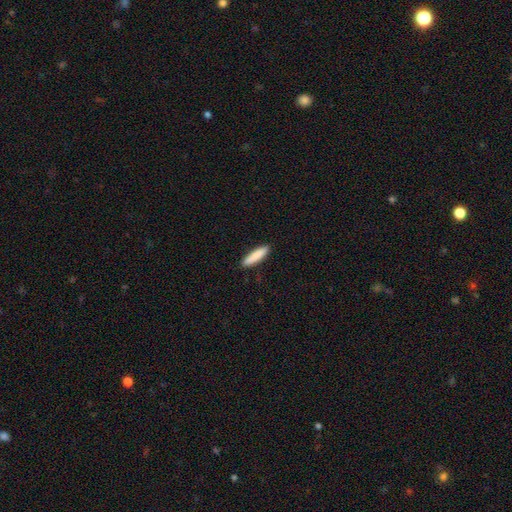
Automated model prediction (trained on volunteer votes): smooth-or-featured: smooth: 87% | featured or disk: 8% | star or artifact: 6%
  how-rounded: cigar-shaped: 81% | in between: 17% | round: 1%
  merging: none: 90% | minor disturbance: 7% | major disturbance: 2% | merger: 1%